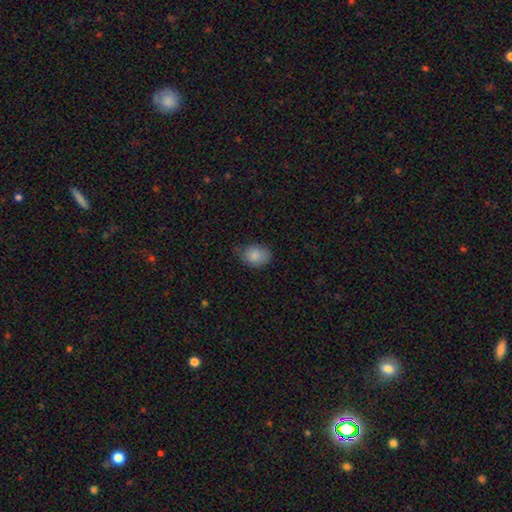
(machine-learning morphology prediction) smooth-or-featured: smooth: 86% | star or artifact: 8% | featured or disk: 6%
  how-rounded: in between: 61% | round: 38% | cigar-shaped: 1%
  merging: none: 62% | minor disturbance: 30% | major disturbance: 6% | merger: 1%